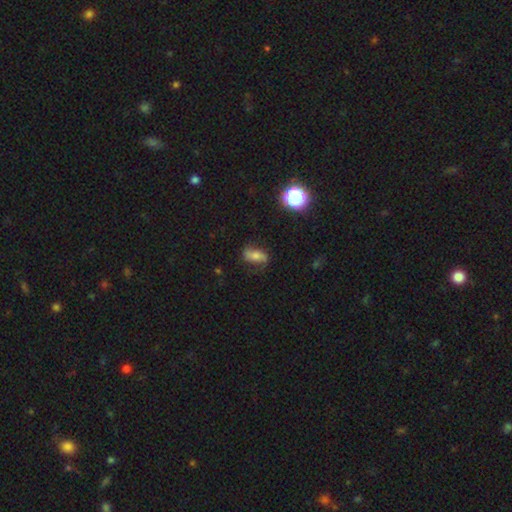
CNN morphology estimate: Overall: featured or disk (48%; smooth 40%). Merging: none (69%).